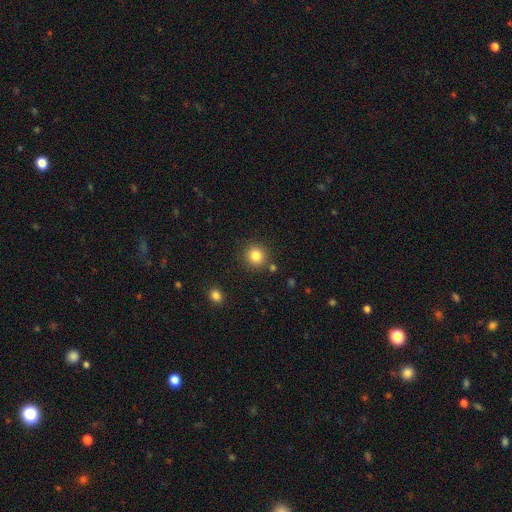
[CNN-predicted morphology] smooth 83%, star or artifact 11%, featured or disk 6%. Down the decision tree: how rounded — round (89%); merging — none (85%).